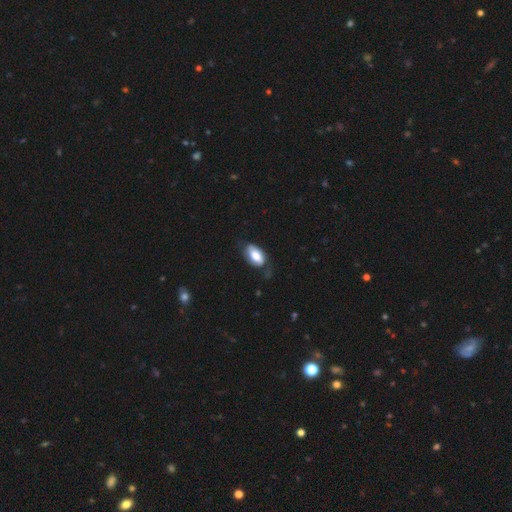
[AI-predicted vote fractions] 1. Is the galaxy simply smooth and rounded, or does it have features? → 69% smooth, 25% featured or disk, 6% star or artifact.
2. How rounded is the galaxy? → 93% in between, 4% round, 3% cigar-shaped.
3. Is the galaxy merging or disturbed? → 54% none, 30% minor disturbance, 15% major disturbance, 2% merger.